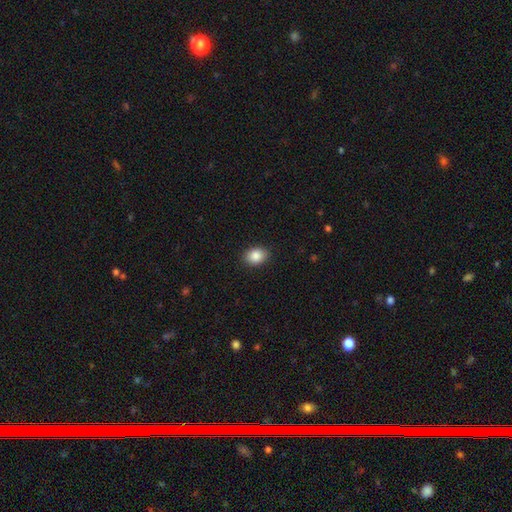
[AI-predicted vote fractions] Morphology: type=smooth (88%); roundness=in between (69%); merging=none (90%).